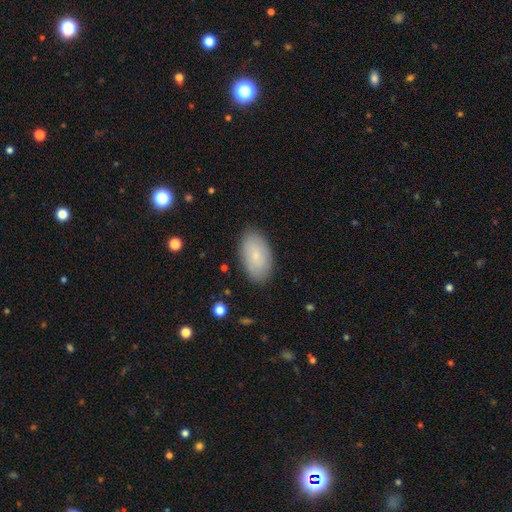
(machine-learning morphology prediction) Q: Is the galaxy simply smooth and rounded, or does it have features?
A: smooth — 75%.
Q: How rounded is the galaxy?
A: in between — 95%.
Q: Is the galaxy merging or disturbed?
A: none — 86%.